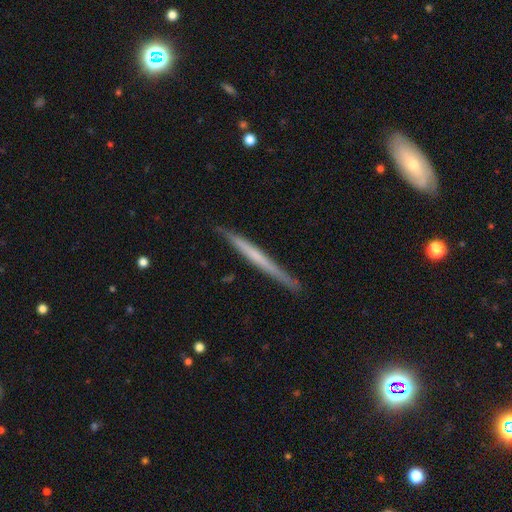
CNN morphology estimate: The model was most divided on "smooth or featured": featured or disk: 52%, smooth: 43%, star or artifact: 5%. More confident: edge-on disk — yes (97%); merging — none (89%); edge-on bulge — none (86%).